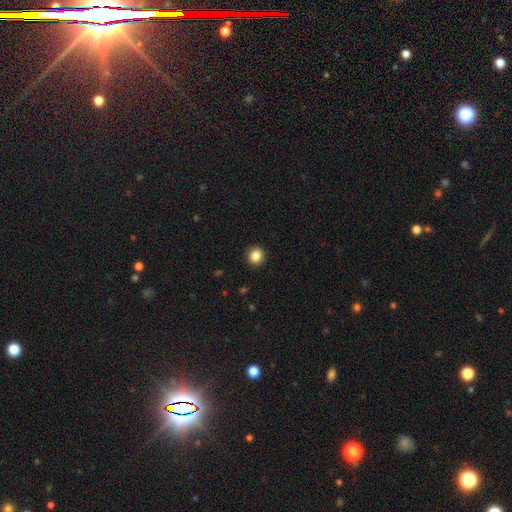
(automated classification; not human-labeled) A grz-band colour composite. It shows a smooth galaxy with no disk features (85%) that is round (91%). Merging: none (93%).